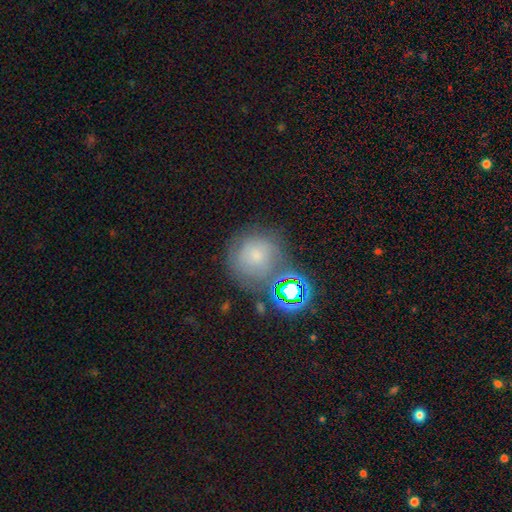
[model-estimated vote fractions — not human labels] The model was most divided on "smooth or featured": smooth: 61%, star or artifact: 20%, featured or disk: 18%. More confident: how rounded — round (91%); merging — none (63%).